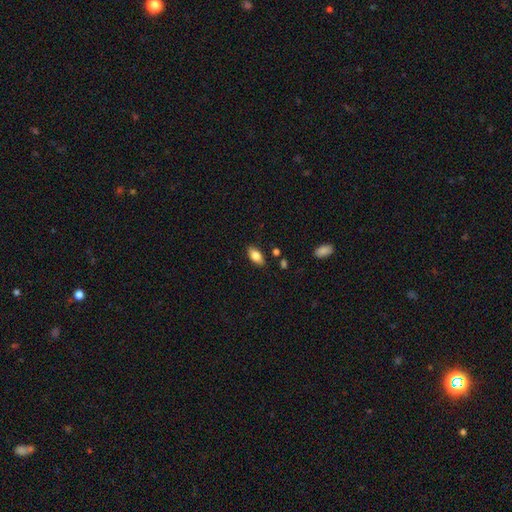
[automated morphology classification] Smooth or featured? Predicted: smooth (p=0.78). How rounded? Predicted: in between (p=0.89). Merging? Predicted: none (p=0.85).